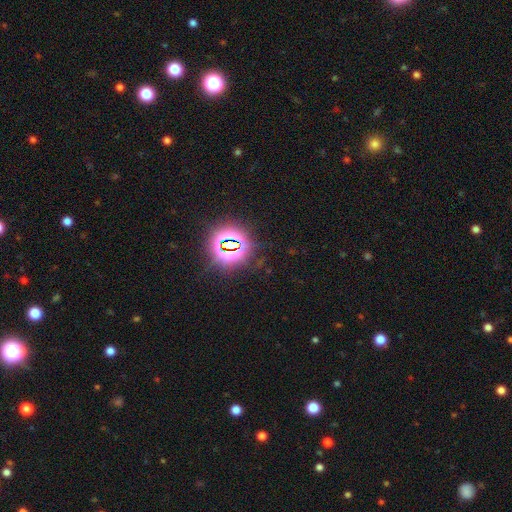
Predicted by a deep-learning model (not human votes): Smooth or featured?
  - star or artifact: 82% *
  - smooth: 11%
  - featured or disk: 6%